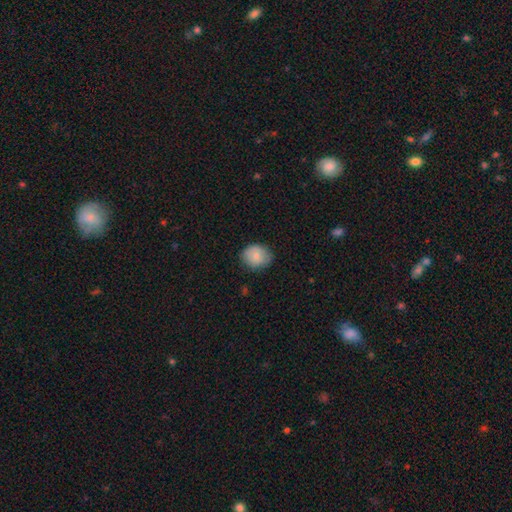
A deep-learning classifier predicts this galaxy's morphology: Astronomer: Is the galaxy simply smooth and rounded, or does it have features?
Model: smooth — 81%.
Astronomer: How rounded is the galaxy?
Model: round — 62% (runner-up: in between, 37%).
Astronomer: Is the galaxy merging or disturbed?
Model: none — 78%.